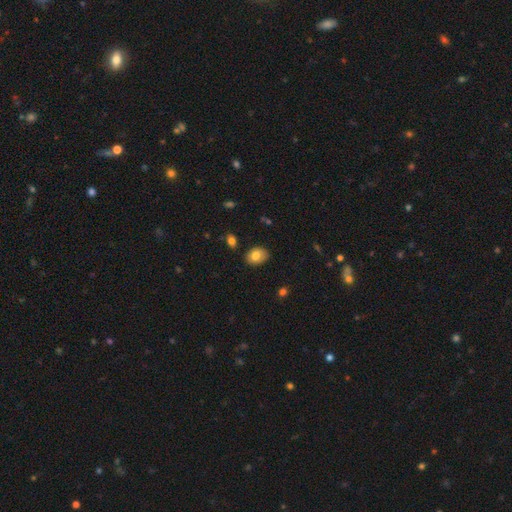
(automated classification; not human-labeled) Smooth or featured? smooth (79%)
How rounded? in between (74%)
Merging? none (81%)